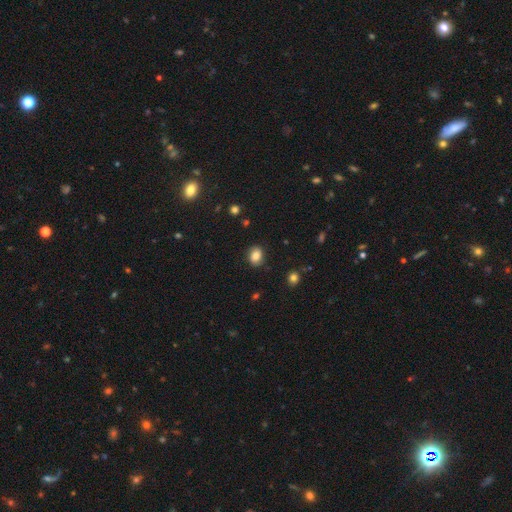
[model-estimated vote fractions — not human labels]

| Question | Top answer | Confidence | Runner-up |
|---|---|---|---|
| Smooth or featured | smooth | 85% | star or artifact (9%) |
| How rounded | in between | 59% | round (40%) |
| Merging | none | 85% | minor disturbance (11%) |